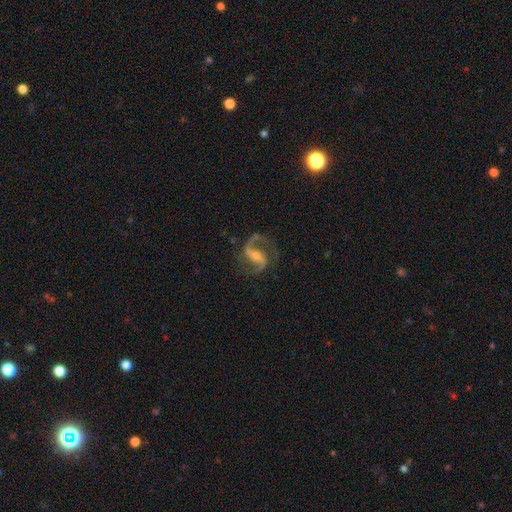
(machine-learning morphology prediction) featured or disk 91%, star or artifact 5%, smooth 4%. Down the decision tree: edge-on disk — no (98%); bar — weak (41%); spiral arms — yes (98%); spiral arm count — 2 (93%); spiral winding — medium (53%); bulge size — small (51%); merging — none (77%).